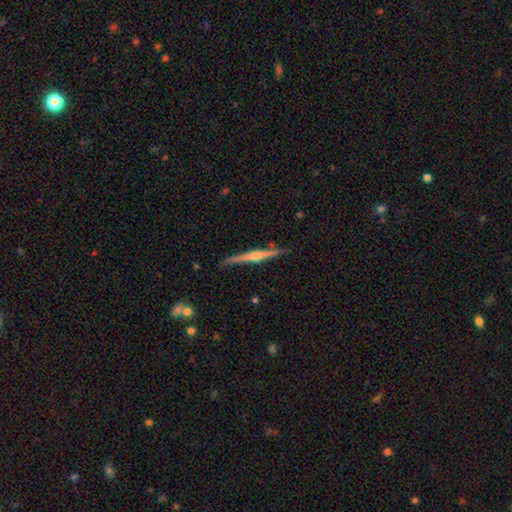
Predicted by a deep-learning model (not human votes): A featured or disk galaxy (77%) viewed edge-on (98%) with a rounded central bulge (82%).

Vote fractions:
- Smooth or featured? featured or disk: 77% / smooth: 18% / star or artifact: 5%
- Edge-on disk? yes: 98% / no: 2%
- Edge-on bulge? rounded: 82% / none: 10% / boxy: 8%
- Merging? none: 86% / minor disturbance: 11% / major disturbance: 2% / merger: 2%